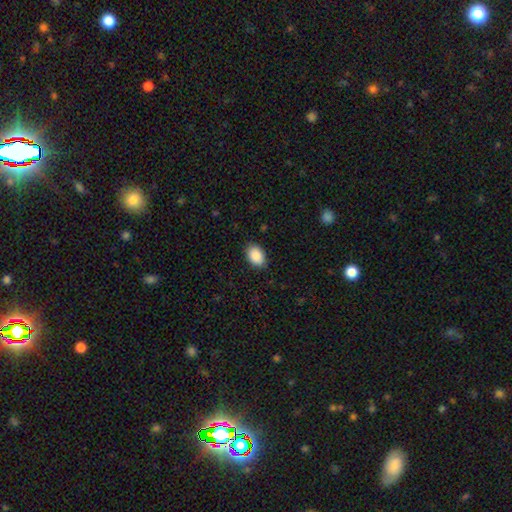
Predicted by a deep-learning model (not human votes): Q: Smooth or featured?
A: smooth (90%); runner-up: star or artifact (7%)
Q: How rounded?
A: in between (85%); runner-up: round (14%)
Q: Merging?
A: none (87%); runner-up: minor disturbance (10%)